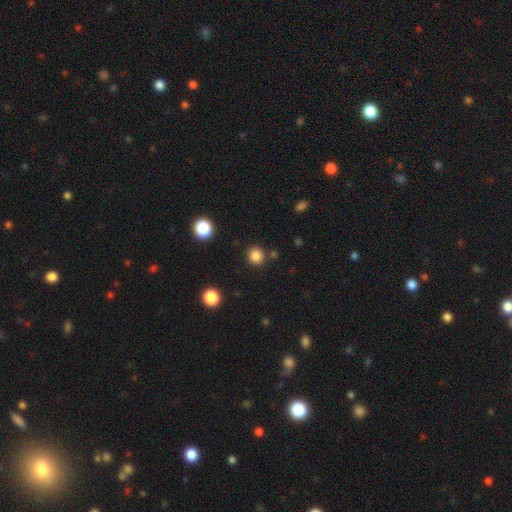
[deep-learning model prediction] This is clearly a smooth galaxy (84%). How rounded: clearly round (90%). Merging: clearly none (87%).